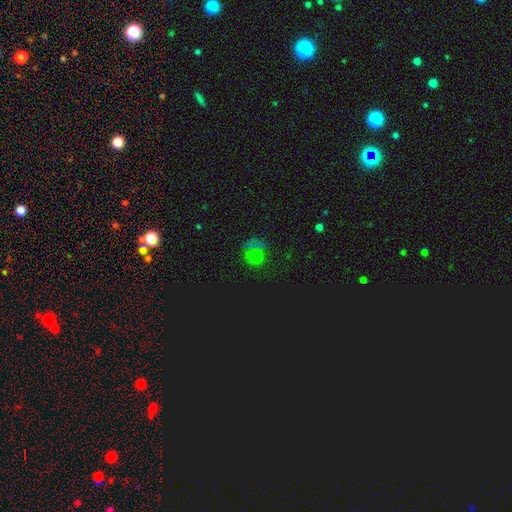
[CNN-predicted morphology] smooth-or-featured: smooth: 47% | star or artifact: 42% | featured or disk: 11%
  merging: none: 60% | minor disturbance: 17% | major disturbance: 14% | merger: 9%